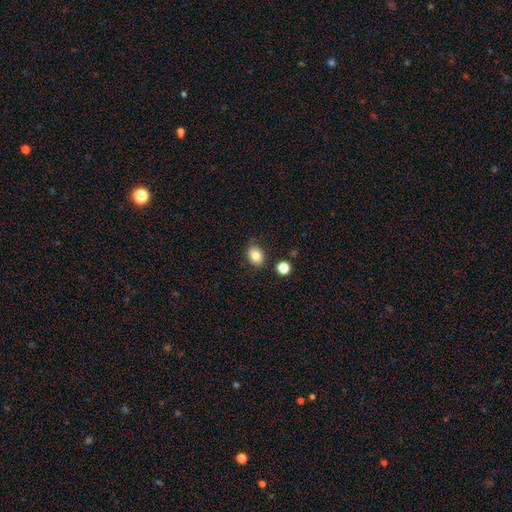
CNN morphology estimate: Overall: smooth (81%). How rounded: in between (56%; round 43%). Merging: none (76%).